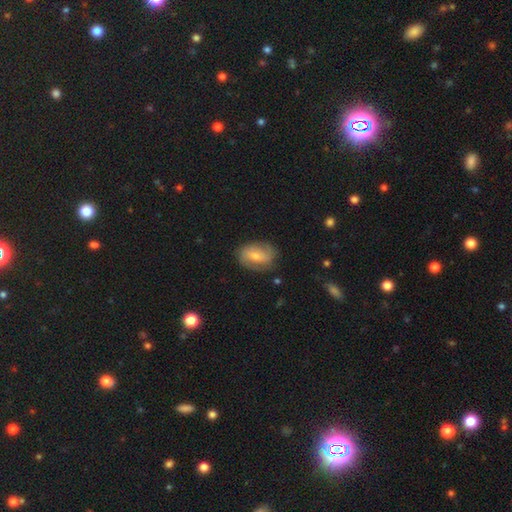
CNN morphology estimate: type=featured or disk (58%); edge-on=no (96%); bar=weak (44%); spiral arms=yes (84%); bulge=small (49%); merging=none (74%).